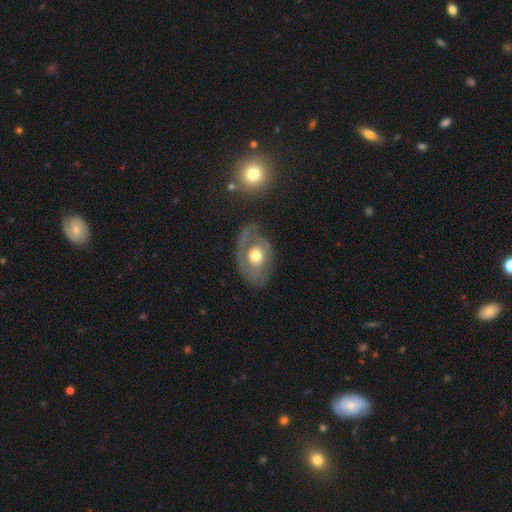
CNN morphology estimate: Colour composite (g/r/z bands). It shows a featured or disk galaxy (63%) with no bar (83%), spiral arms (57%) and a moderate central bulge (70%). Merging: none (61%).